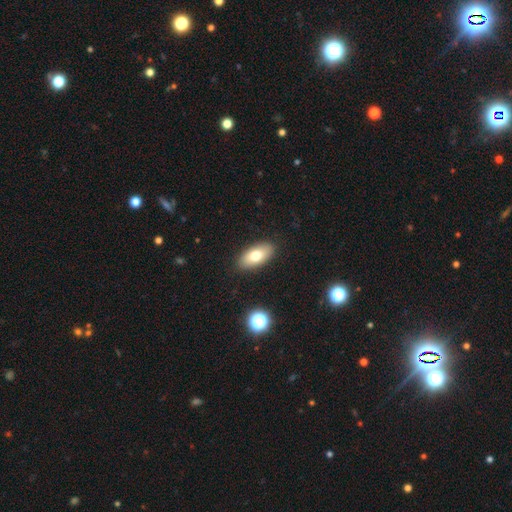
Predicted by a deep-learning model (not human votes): A smooth galaxy with no disk features (74%) that is in between round and cigar-shaped (90%).

Vote fractions:
- Smooth or featured? smooth: 74% / featured or disk: 19% / star or artifact: 8%
- How rounded? in between: 90% / cigar-shaped: 7% / round: 4%
- Merging? none: 89% / minor disturbance: 8% / major disturbance: 2% / merger: 1%